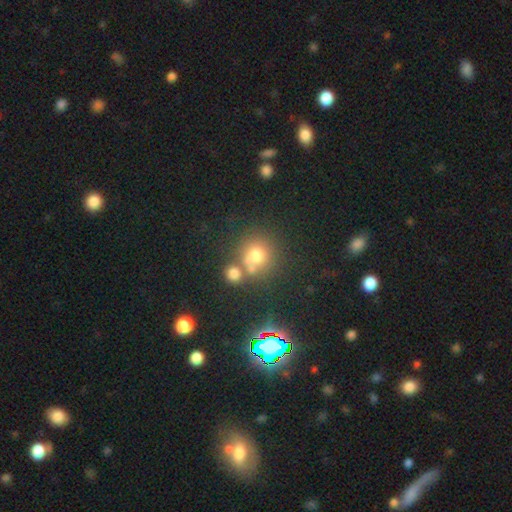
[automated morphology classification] Smooth or featured? Predicted: smooth (p=0.64). How rounded? Predicted: round (p=0.87). Merging? Predicted: none (p=0.58).